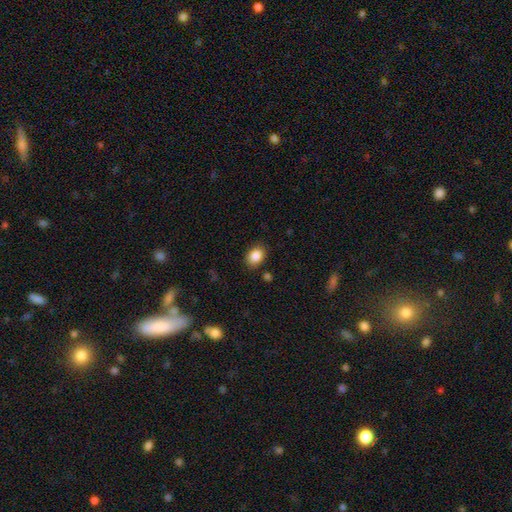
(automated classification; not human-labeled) Smooth or featured? smooth (86%)
How rounded? in between (70%)
Merging? none (86%)